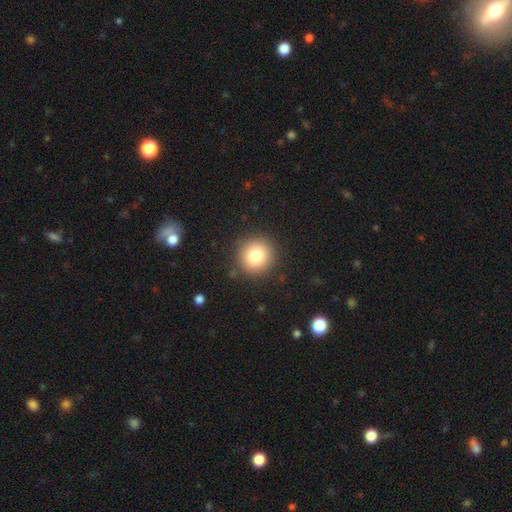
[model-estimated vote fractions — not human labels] A smooth galaxy with no disk features (82%) that is round (93%). Merging: none (89%).